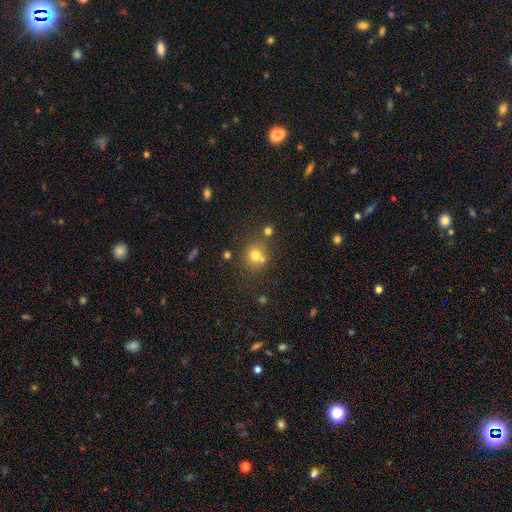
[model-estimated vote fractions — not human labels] Smooth or featured? smooth (73%)
How rounded? round (84%)
Merging? none (63%)